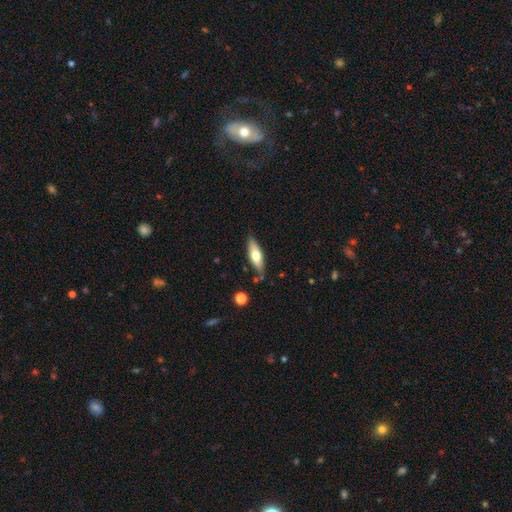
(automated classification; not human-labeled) Overall: smooth (59%; featured or disk 35%). How rounded: in between (51%; cigar-shaped 47%). Merging: none (78%).